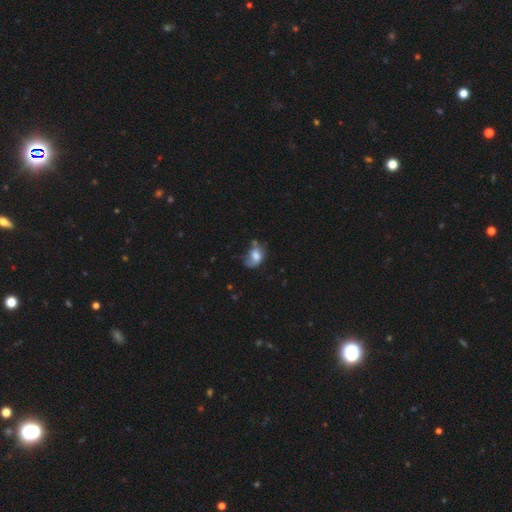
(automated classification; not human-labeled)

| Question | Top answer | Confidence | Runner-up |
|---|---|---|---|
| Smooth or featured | smooth | 65% | featured or disk (25%) |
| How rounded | in between | 76% | round (23%) |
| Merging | minor disturbance | 35% | none (30%) |